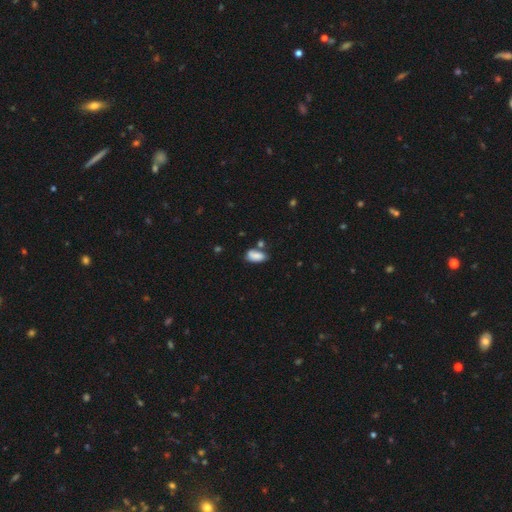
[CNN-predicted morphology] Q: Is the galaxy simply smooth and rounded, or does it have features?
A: smooth — 82%.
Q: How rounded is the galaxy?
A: in between — 91%.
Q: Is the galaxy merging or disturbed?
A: none — 51%.